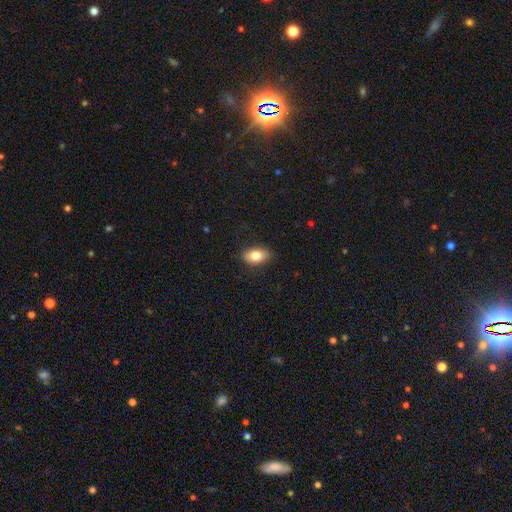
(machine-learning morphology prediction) Overall: smooth (81%). How rounded: in between (89%). Merging: none (86%).